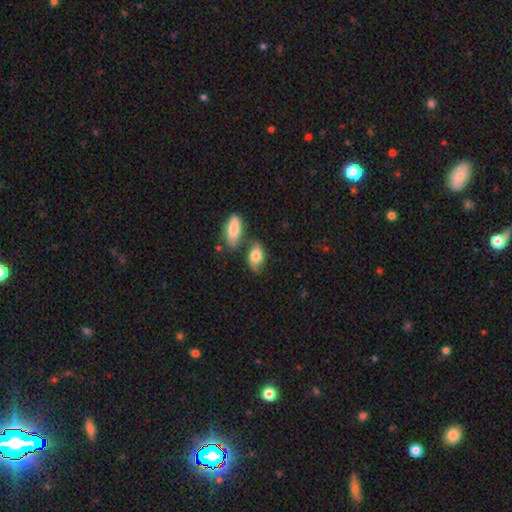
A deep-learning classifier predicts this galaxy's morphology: Smooth or featured? Predicted: smooth (p=0.75). How rounded? Predicted: in between (p=0.87). Merging? Predicted: none (p=0.52).